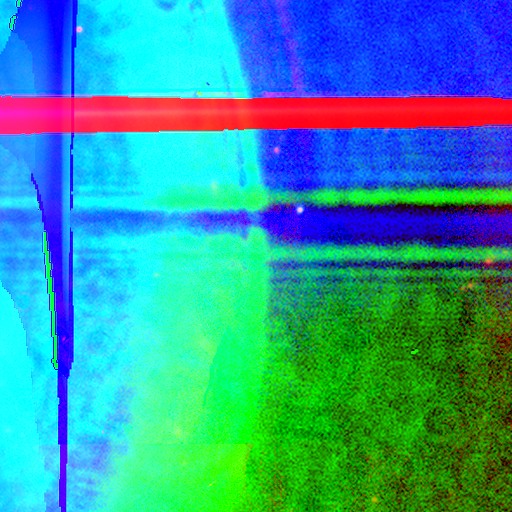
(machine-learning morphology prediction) The model was most divided on "smooth or featured": star or artifact: 86%, featured or disk: 7%, smooth: 7%.